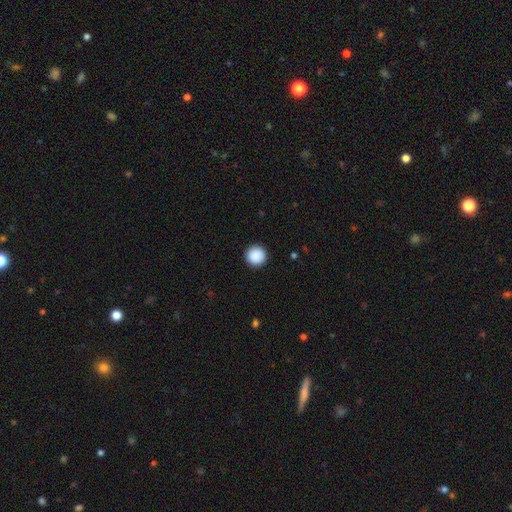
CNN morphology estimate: Smooth or featured: smooth — 90% (star or artifact — 8%)
How rounded: round — 97% (in between — 2%)
Merging: none — 93% (minor disturbance — 4%)